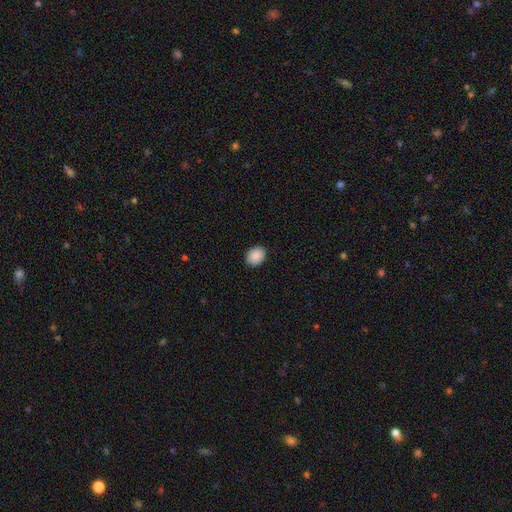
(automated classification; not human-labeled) The model was most divided on "how rounded": in between: 55%, round: 44%, cigar-shaped: 1%. More confident: merging — none (90%); smooth or featured — smooth (90%).